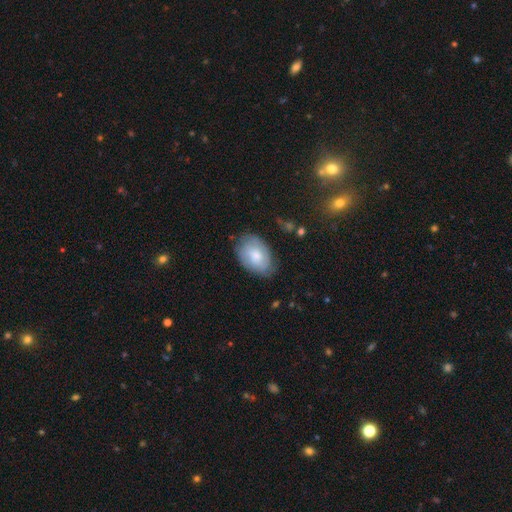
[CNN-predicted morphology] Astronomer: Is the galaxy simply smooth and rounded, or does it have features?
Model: smooth — 61%.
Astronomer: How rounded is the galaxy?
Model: in between — 85%.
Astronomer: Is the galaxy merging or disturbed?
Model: none — 72%.